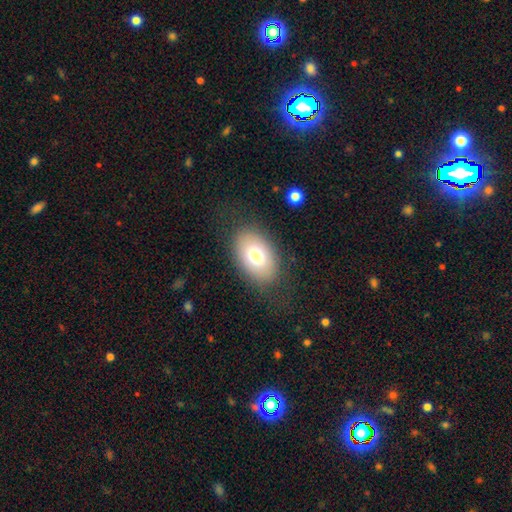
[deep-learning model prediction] Overall: smooth (74%). How rounded: in between (89%). Merging: none (79%).